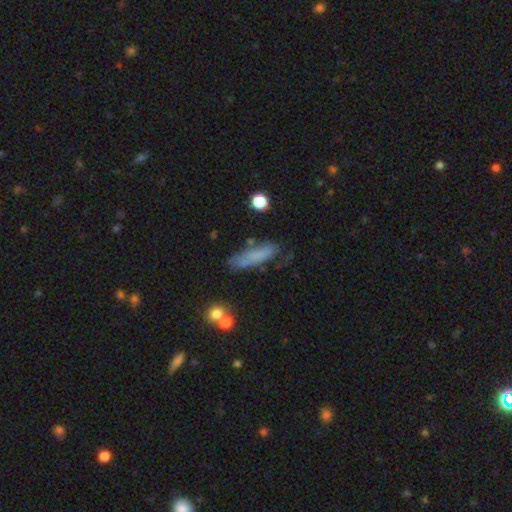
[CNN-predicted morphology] Smooth or featured? Predicted: smooth (p=0.65). How rounded? Predicted: cigar-shaped (p=0.63). Merging? Predicted: none (p=0.58).